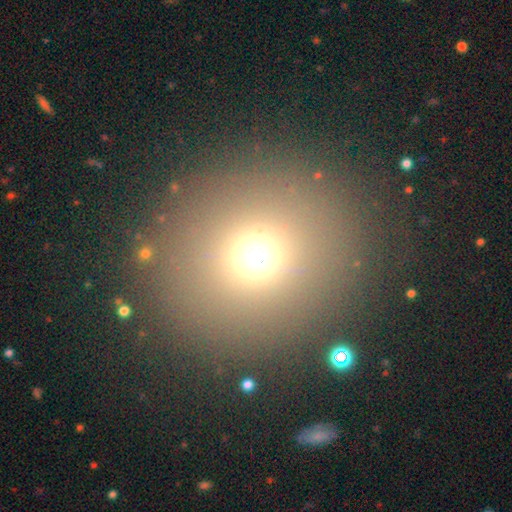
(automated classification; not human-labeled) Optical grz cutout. It shows a smooth galaxy with no disk features (66%) that is round (79%). Merging: none (79%).